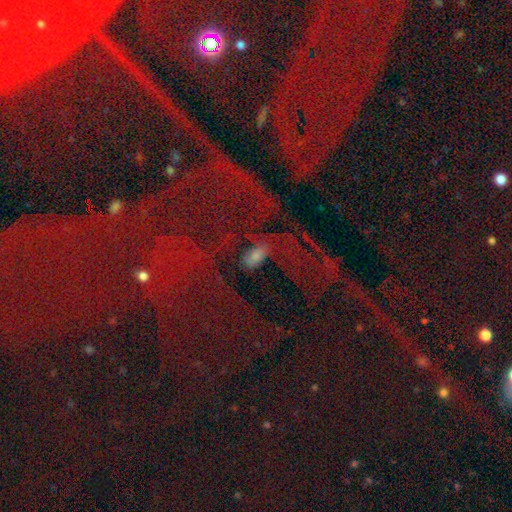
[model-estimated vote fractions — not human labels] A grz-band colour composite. It shows a star or artifact, not a galaxy (44%).